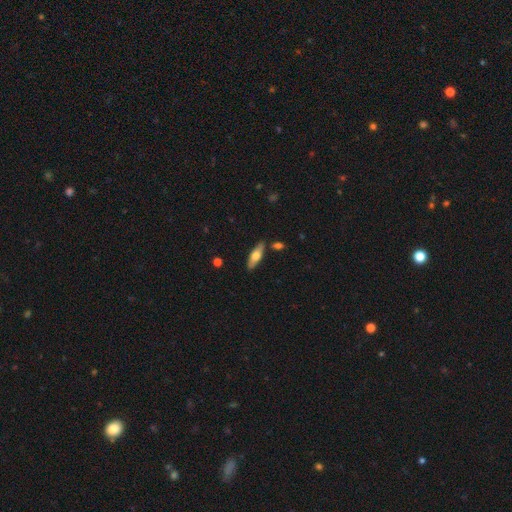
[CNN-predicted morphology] A smooth galaxy with no disk features (56%) that is cigar-shaped (50%). Merging: none (82%).